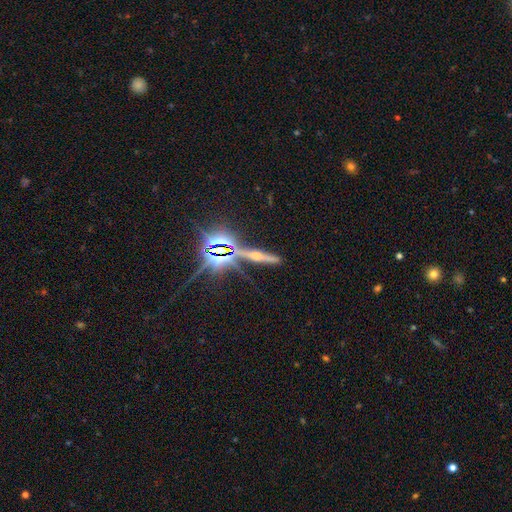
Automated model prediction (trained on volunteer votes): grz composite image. It shows a star or artifact, not a galaxy (45%).